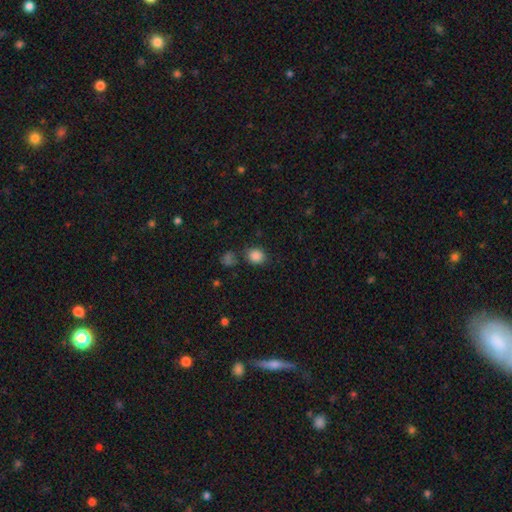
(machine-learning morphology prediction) This is clearly a smooth galaxy (86%). How rounded: likely round (70%). Merging: likely none (76%).